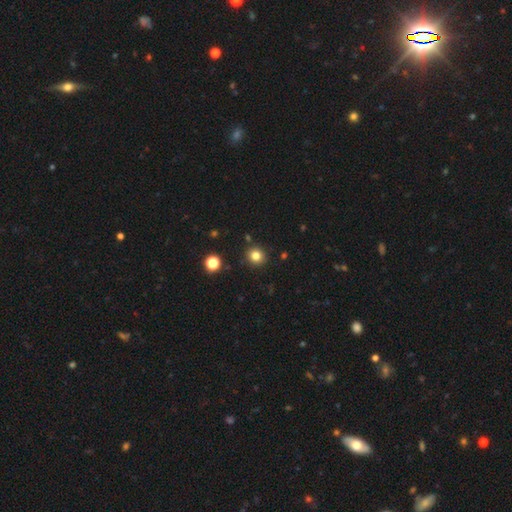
Smooth or featured?
  - smooth: 92% *
  - star or artifact: 5%
  - featured or disk: 3%
How rounded?
  - round: 86% *
  - in between: 14%
  - cigar-shaped: 0%
Merging?
  - none: 89% *
  - merger: 6%
  - minor disturbance: 3%
  - major disturbance: 3%